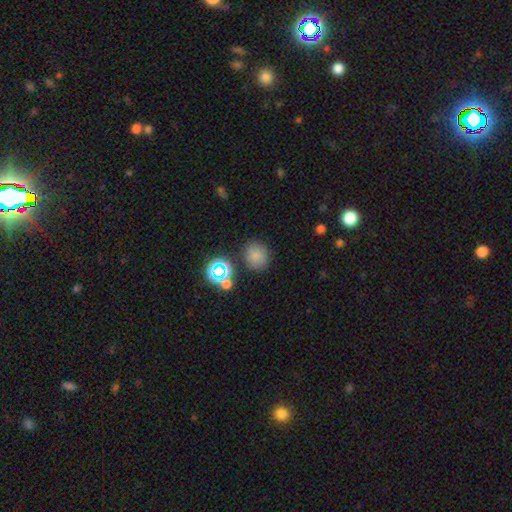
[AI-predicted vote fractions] This appears to be a smooth galaxy with no disk features (75%) that is round (80%). Merging: none (79%).